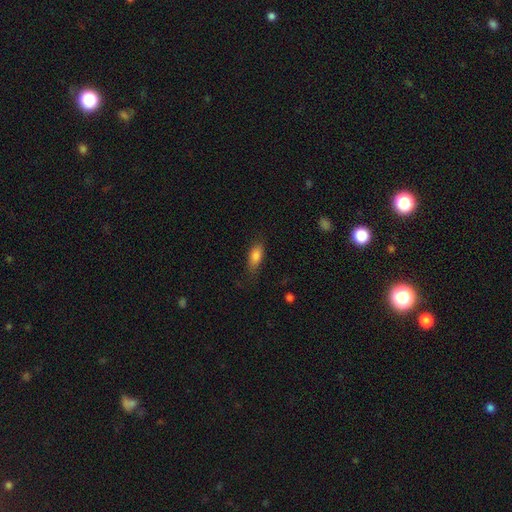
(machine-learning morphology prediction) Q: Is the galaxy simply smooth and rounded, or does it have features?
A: smooth — 82%.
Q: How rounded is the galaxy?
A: in between — 79%.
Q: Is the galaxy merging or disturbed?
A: none — 73%.